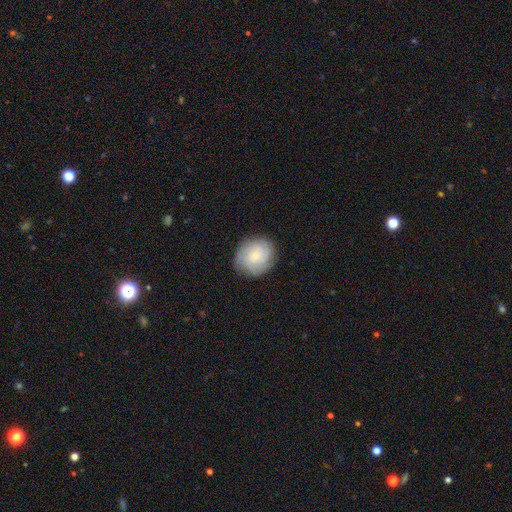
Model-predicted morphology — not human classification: A smooth galaxy with no disk features (52%) that is round (74%).

Vote fractions:
- Smooth or featured? smooth: 52% / featured or disk: 41% / star or artifact: 8%
- How rounded? round: 74% / in between: 25% / cigar-shaped: 1%
- Merging? none: 80% / minor disturbance: 15% / major disturbance: 4% / merger: 1%